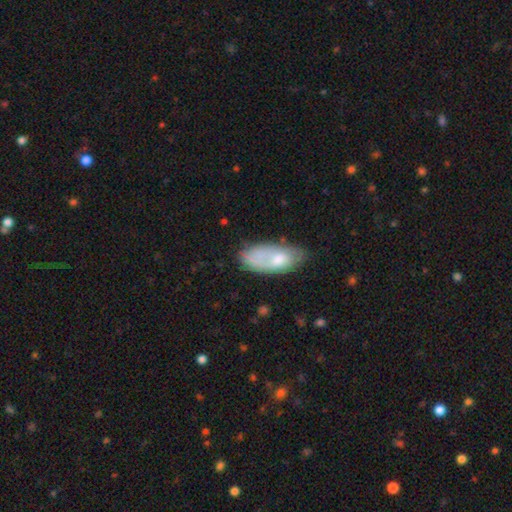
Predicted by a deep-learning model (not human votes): Morphology: type=smooth (62%); roundness=in between (88%); merging=none (56%).